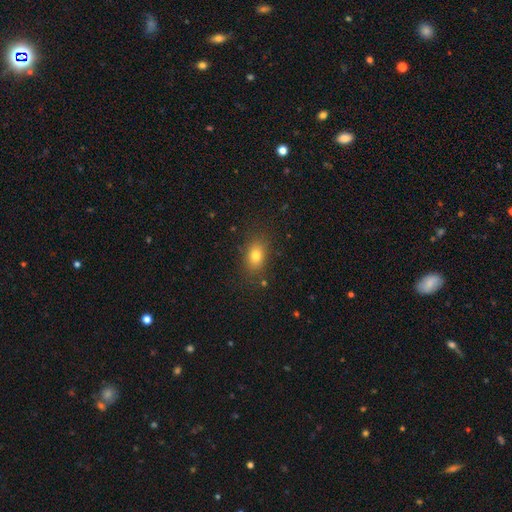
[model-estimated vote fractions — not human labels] smooth_or_featured: smooth (p=0.79) [alt: star or artifact p=0.11]
how_rounded: in between (p=0.78) [alt: round p=0.19]
merging: none (p=0.81) [alt: minor disturbance p=0.13]